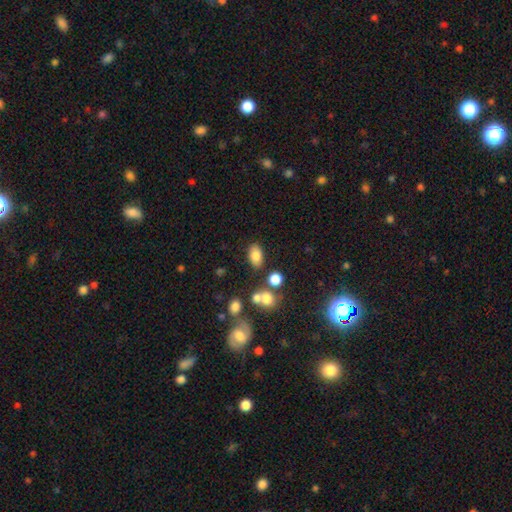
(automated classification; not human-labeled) Morphology: type=smooth (81%); roundness=in between (88%); merging=none (79%).